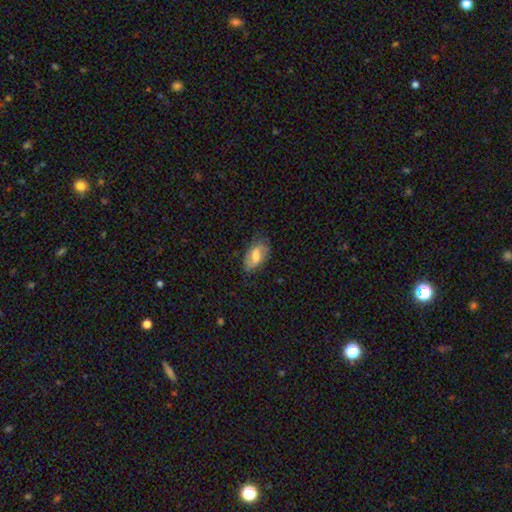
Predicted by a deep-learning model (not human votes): Smooth or featured? smooth (51%)
How rounded? in between (90%)
Merging? none (68%)